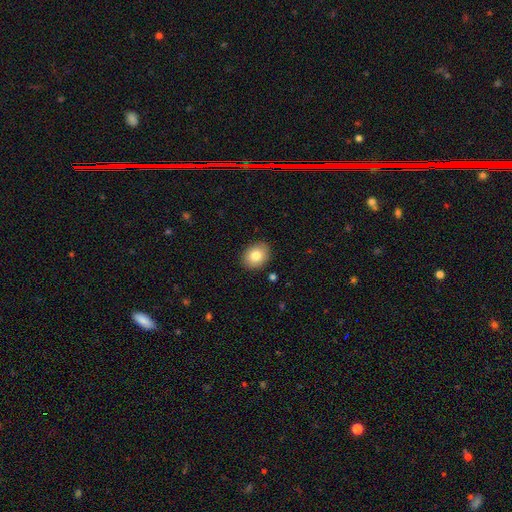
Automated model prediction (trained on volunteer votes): This appears to be a smooth galaxy with no disk features (82%) that is in between round and cigar-shaped (58%). Merging: none (89%).